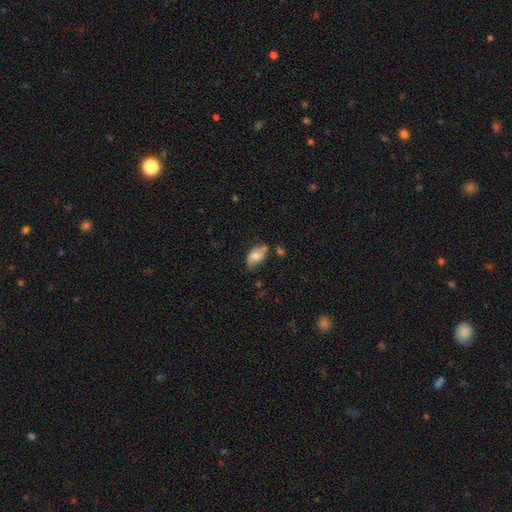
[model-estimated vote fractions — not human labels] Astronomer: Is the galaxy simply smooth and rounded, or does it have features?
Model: smooth — 71%.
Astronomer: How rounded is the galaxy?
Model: in between — 89%.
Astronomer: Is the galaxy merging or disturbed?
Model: none — 48% (runner-up: minor disturbance, 30%).